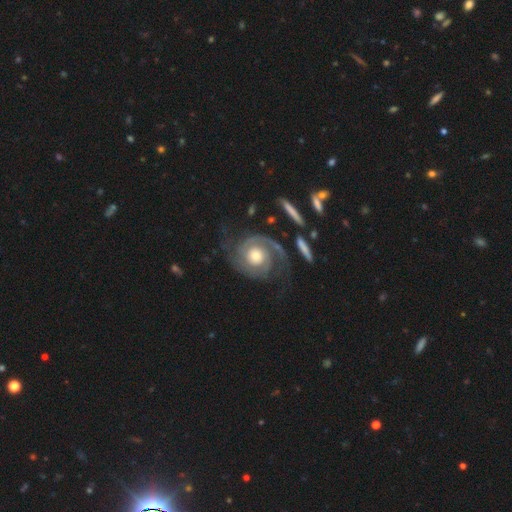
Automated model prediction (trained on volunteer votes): Overall: featured or disk (89%). Edge-on disk: no (98%). Bar: no (76%). Spiral arms: yes (98%). Spiral arm count: 2 (83%). Spiral winding: tight (53%; medium 36%). Bulge size: moderate (64%). Merging: none (68%).